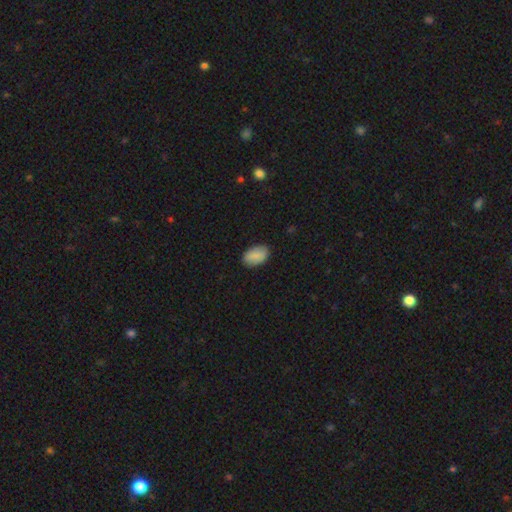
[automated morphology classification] Smooth or featured: smooth — 86% (featured or disk — 7%)
How rounded: in between — 92% (round — 6%)
Merging: none — 86% (minor disturbance — 11%)